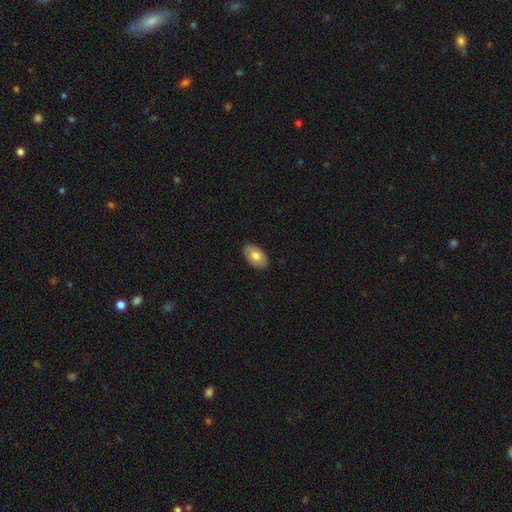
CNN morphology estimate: This is likely a smooth galaxy (76%). How rounded: clearly in between (92%). Merging: clearly none (88%).